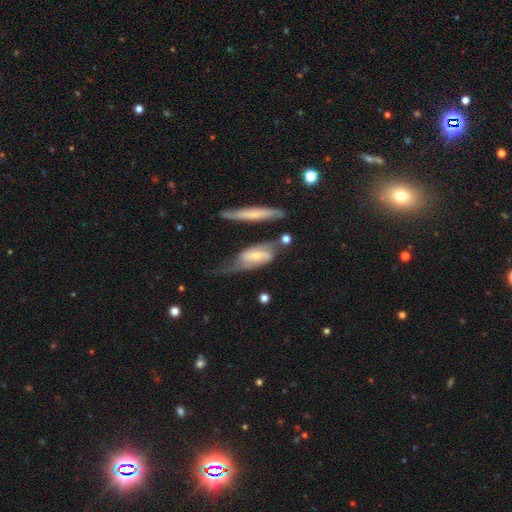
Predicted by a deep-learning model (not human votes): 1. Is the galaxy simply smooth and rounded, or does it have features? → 72% featured or disk, 22% smooth, 6% star or artifact.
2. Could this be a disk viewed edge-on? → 86% no, 14% yes.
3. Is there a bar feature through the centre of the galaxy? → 44% weak, 31% no, 24% strong.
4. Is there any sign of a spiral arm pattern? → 89% yes, 11% no.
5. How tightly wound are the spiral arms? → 41% medium, 40% loose, 19% tight.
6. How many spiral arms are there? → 82% 2, 10% can't tell, 4% 1, 2% 3, 1% 4, 1% more than 4.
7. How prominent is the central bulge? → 49% small, 39% moderate, 6% none, 5% large, 1% dominant.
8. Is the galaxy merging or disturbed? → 42% none, 24% minor disturbance, 20% major disturbance, 13% merger.